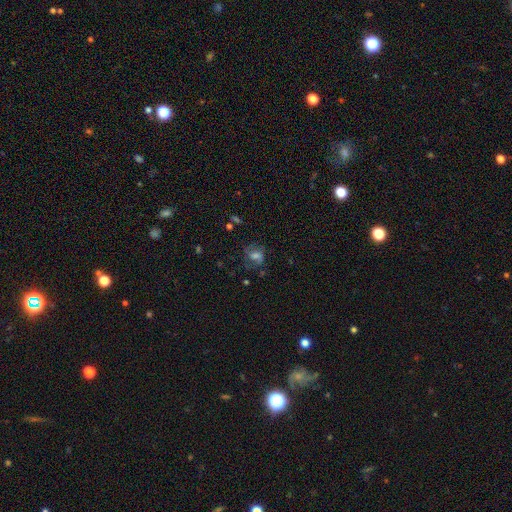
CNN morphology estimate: type=smooth (43%); merging=none (56%).